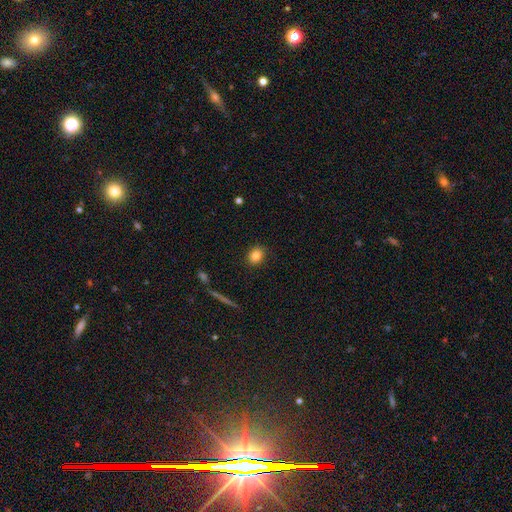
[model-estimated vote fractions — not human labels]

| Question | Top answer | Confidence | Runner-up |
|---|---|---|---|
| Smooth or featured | smooth | 82% | star or artifact (10%) |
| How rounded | round | 60% | in between (38%) |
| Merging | none | 87% | minor disturbance (9%) |